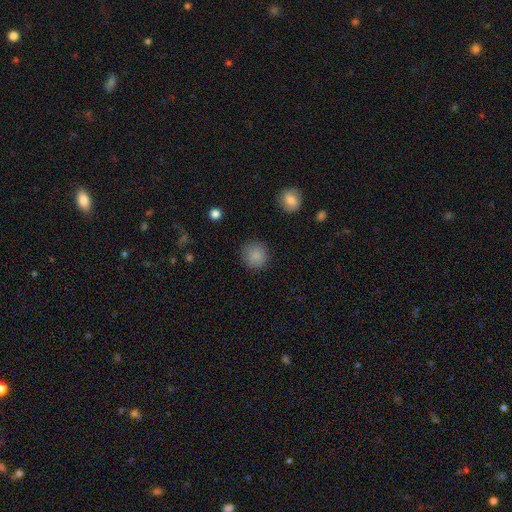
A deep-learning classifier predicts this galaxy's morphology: smooth_or_featured: smooth (p=0.87) [alt: star or artifact p=0.09]
how_rounded: round (p=0.93) [alt: in between p=0.07]
merging: none (p=0.88) [alt: minor disturbance p=0.08]